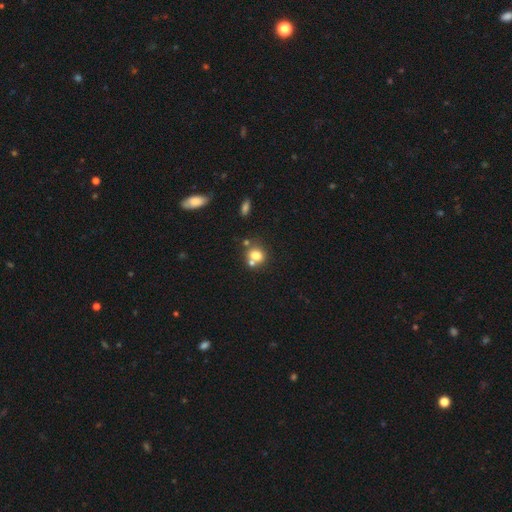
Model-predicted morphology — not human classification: The model was most divided on "merging": none: 50%, merger: 35%, minor disturbance: 11%, major disturbance: 4%. More confident: smooth or featured — smooth (74%); how rounded — round (70%).